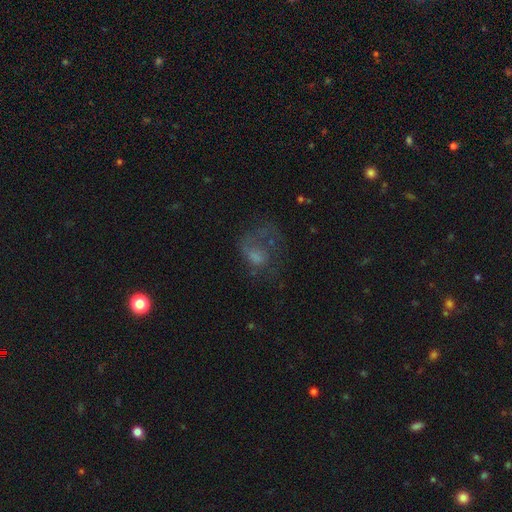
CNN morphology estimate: The model was most divided on "smooth or featured": featured or disk: 46%, smooth: 37%, star or artifact: 17%. Remaining: merging — major disturbance (49%).